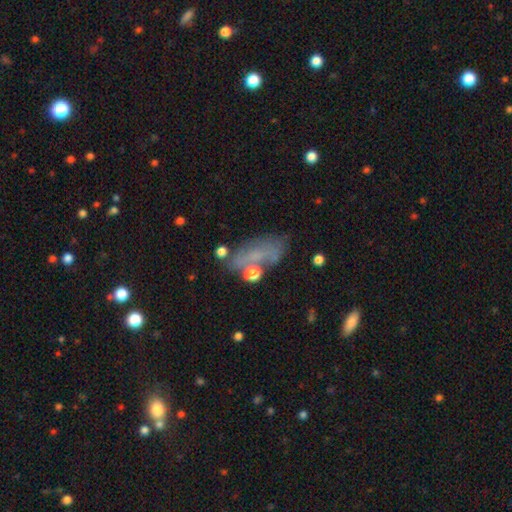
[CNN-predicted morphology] This appears to be a smooth galaxy with no disk features (50%). Merging: none (55%).